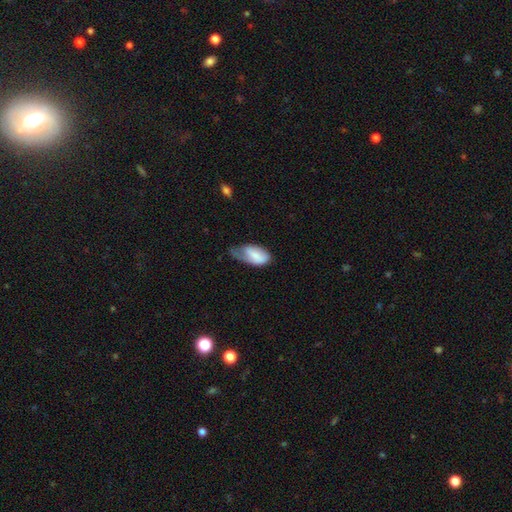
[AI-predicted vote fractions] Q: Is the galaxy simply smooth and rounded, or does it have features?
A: smooth — 72%.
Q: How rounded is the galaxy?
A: in between — 94%.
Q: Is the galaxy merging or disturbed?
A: minor disturbance — 43%.